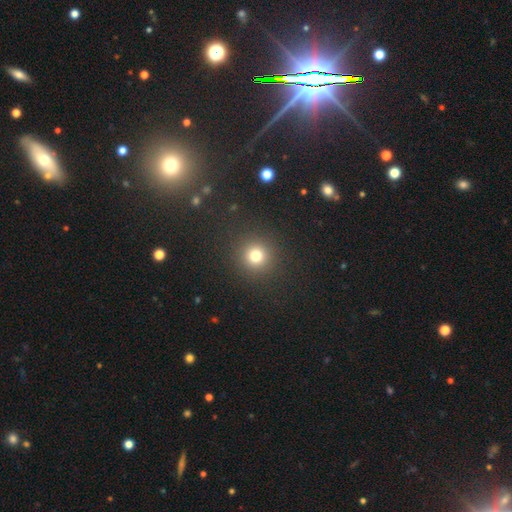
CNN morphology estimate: This appears to be a smooth galaxy with no disk features (76%) that is round (94%). Merging: none (91%).